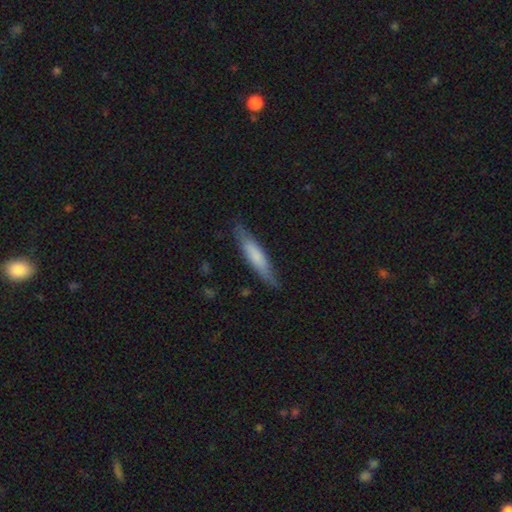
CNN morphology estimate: Smooth or featured? Predicted: smooth (p=0.67). How rounded? Predicted: cigar-shaped (p=0.86). Merging? Predicted: none (p=0.82).